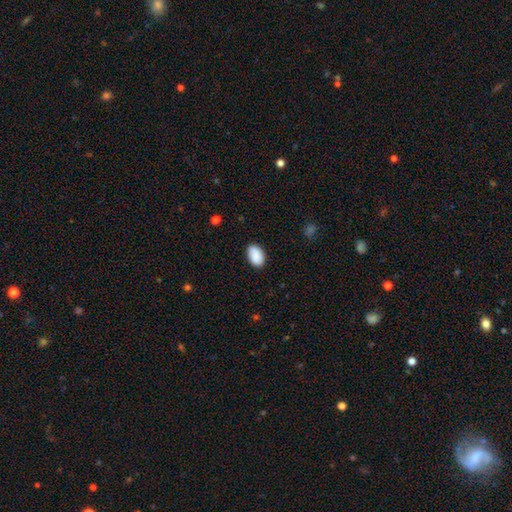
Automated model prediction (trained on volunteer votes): Smooth or featured? Predicted: smooth (p=0.89). How rounded? Predicted: in between (p=0.92). Merging? Predicted: none (p=0.85).